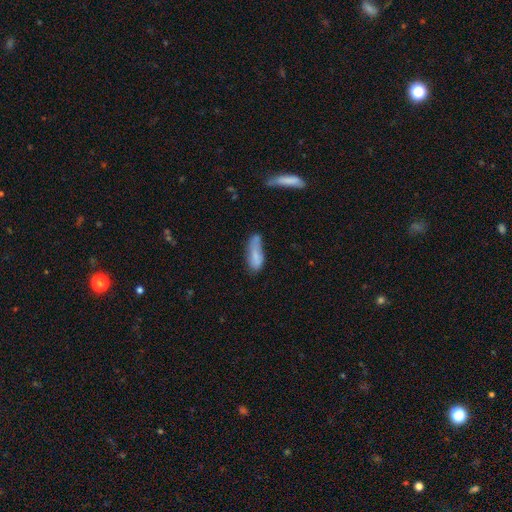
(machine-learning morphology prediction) The model was most divided on "merging": none: 41%, minor disturbance: 32%, major disturbance: 15%, merger: 12%. More confident: smooth or featured — smooth (75%); how rounded — in between (56%).